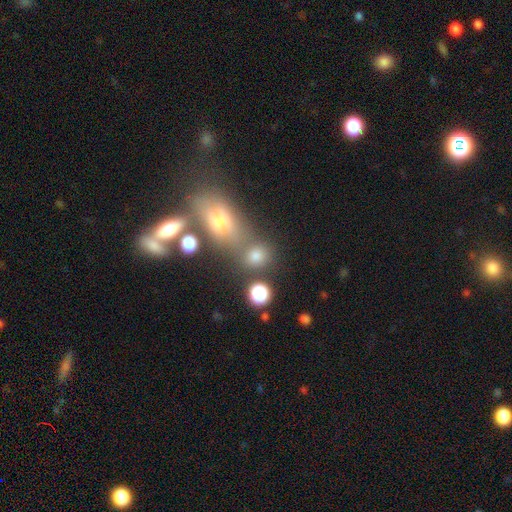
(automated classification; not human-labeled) Morphology: type=smooth (71%); roundness=round (68%); merging=none (56%).